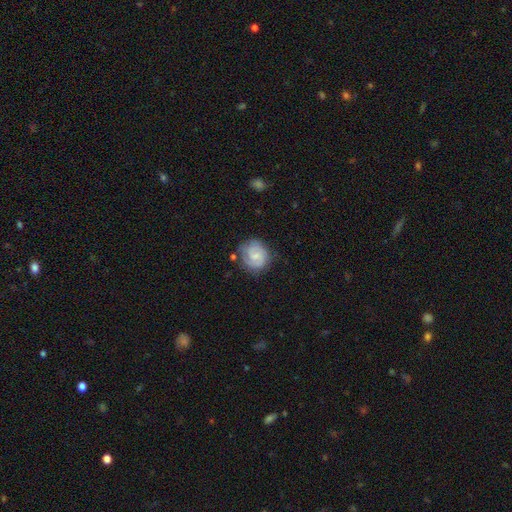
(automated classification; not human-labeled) Overall: featured or disk (62%; smooth 31%). Edge-on disk: no (98%). Bar: weak (47%; no 45%). Spiral arms: yes (91%). Spiral arm count: 2 (66%). Spiral winding: tight (51%; medium 38%). Bulge size: small (49%; moderate 26%). Merging: none (69%).